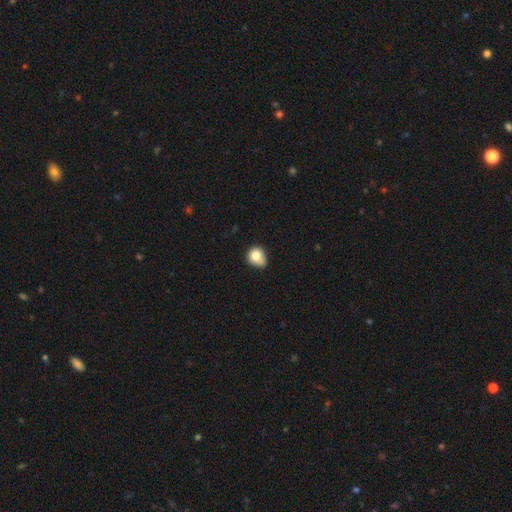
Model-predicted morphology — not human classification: This is likely a smooth galaxy (80%). How rounded: likely round (73%). Merging: marginally none (43%).